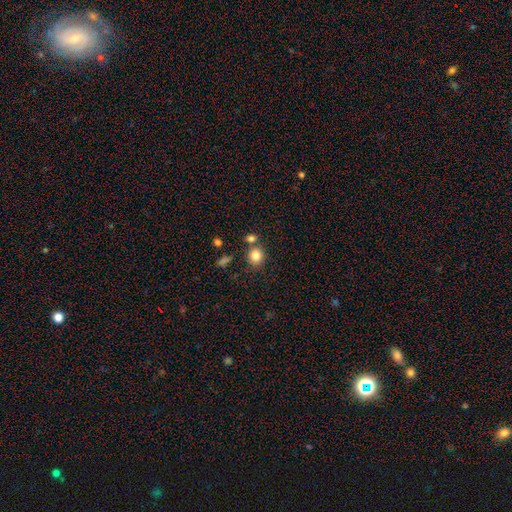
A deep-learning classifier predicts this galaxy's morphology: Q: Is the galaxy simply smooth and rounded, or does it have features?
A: smooth — 83%.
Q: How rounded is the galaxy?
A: round — 78%.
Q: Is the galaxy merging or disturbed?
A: none — 70%.